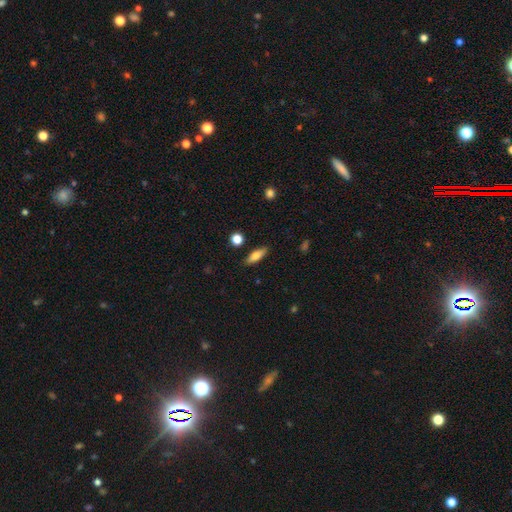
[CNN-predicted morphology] Overall: smooth (71%). How rounded: in between (53%; cigar-shaped 44%). Merging: none (86%).